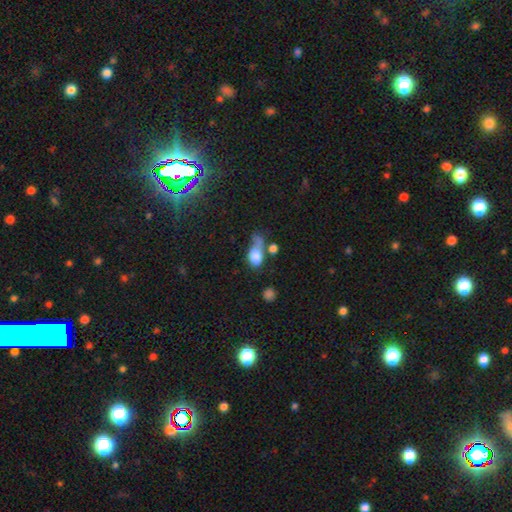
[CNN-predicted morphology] Q: Smooth or featured?
A: smooth (76%); runner-up: featured or disk (14%)
Q: How rounded?
A: in between (78%); runner-up: round (18%)
Q: Merging?
A: merger (29%); runner-up: major disturbance (28%)